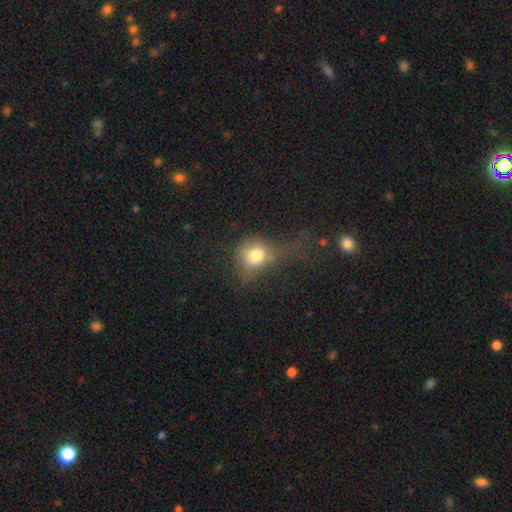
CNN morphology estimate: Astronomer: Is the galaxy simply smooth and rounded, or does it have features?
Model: smooth — 75%.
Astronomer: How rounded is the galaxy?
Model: round — 62% (runner-up: in between, 37%).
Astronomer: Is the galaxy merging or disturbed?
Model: major disturbance — 40% (runner-up: none, 29%).